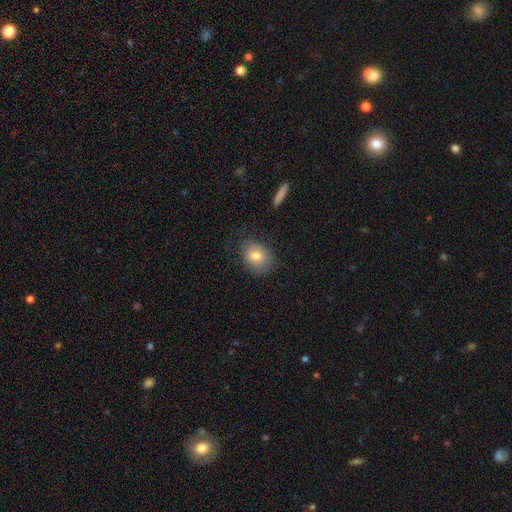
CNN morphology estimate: Smooth or featured: smooth — 77% (featured or disk — 13%)
How rounded: in between — 55% (round — 43%)
Merging: none — 79% (minor disturbance — 15%)